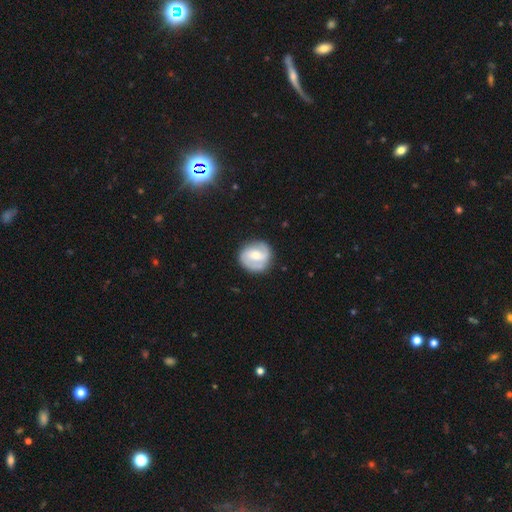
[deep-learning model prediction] The model was most divided on "spiral winding": medium: 43%, tight: 39%, loose: 18%. Remaining: edge-on disk — no (98%); spiral arms — yes (85%); merging — none (82%); spiral arm count — 2 (80%); smooth or featured — featured or disk (67%); bulge size — moderate (58%); bar — weak (48%).